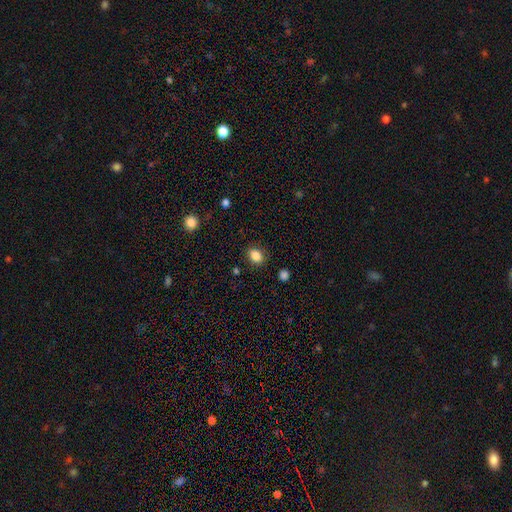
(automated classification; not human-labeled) Morphology: type=smooth (85%); roundness=in between (59%); merging=none (86%).